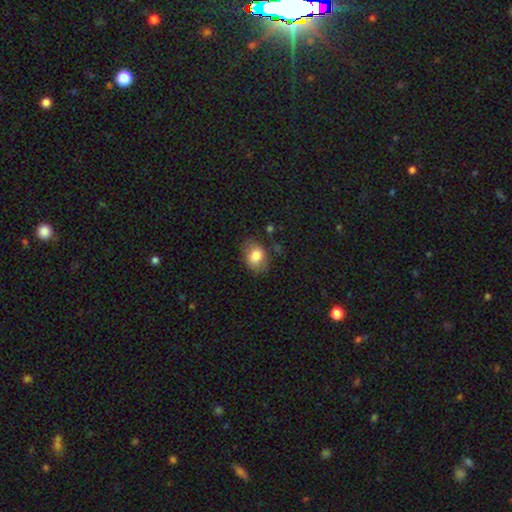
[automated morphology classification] Overall: smooth (80%). How rounded: in between (73%). Merging: none (72%).